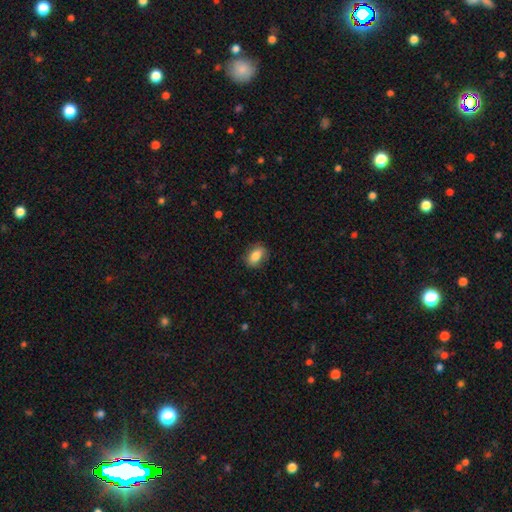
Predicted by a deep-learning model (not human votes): Q: Smooth or featured?
A: smooth (84%); runner-up: featured or disk (8%)
Q: How rounded?
A: in between (84%); runner-up: round (14%)
Q: Merging?
A: none (83%); runner-up: minor disturbance (13%)